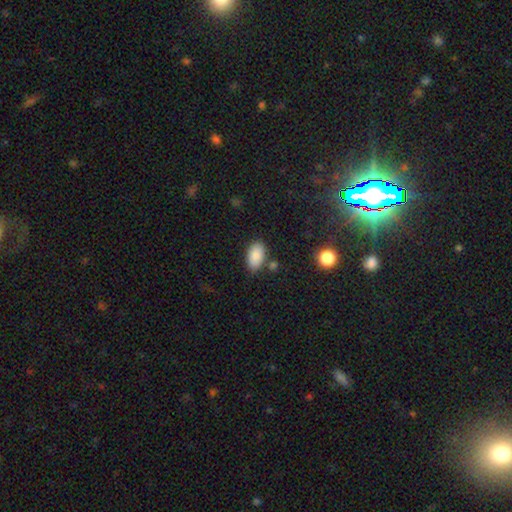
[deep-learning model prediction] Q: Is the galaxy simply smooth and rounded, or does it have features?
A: smooth — 86%.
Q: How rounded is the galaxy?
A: in between — 94%.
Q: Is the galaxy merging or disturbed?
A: none — 80%.